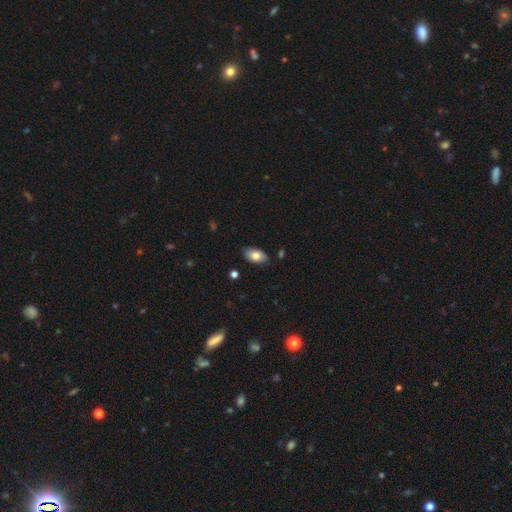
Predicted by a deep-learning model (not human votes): A smooth galaxy with no disk features (78%) that is in between round and cigar-shaped (93%). Merging: none (83%).